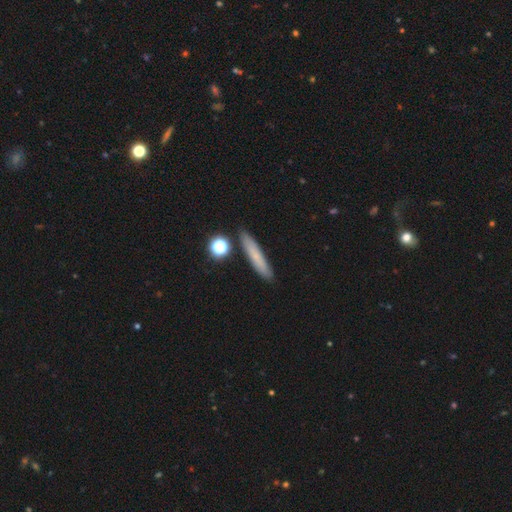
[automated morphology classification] A smooth galaxy with no disk features (68%) that is cigar-shaped (88%).

Vote fractions:
- Smooth or featured? smooth: 68% / featured or disk: 23% / star or artifact: 10%
- How rounded? cigar-shaped: 88% / in between: 9% / round: 3%
- Merging? none: 84% / minor disturbance: 9% / merger: 4% / major disturbance: 2%